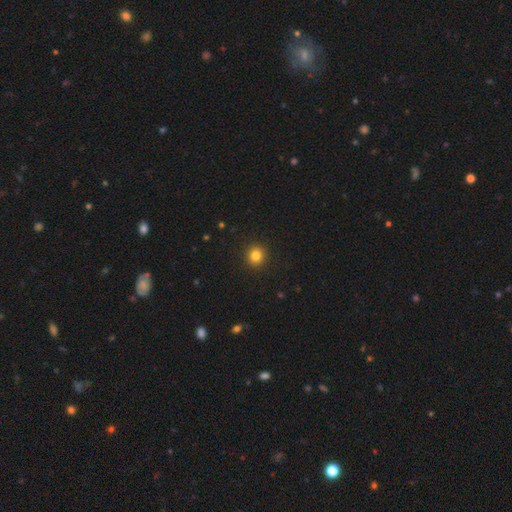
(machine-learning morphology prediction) This is clearly a smooth galaxy (83%). How rounded: clearly round (91%). Merging: clearly none (93%).